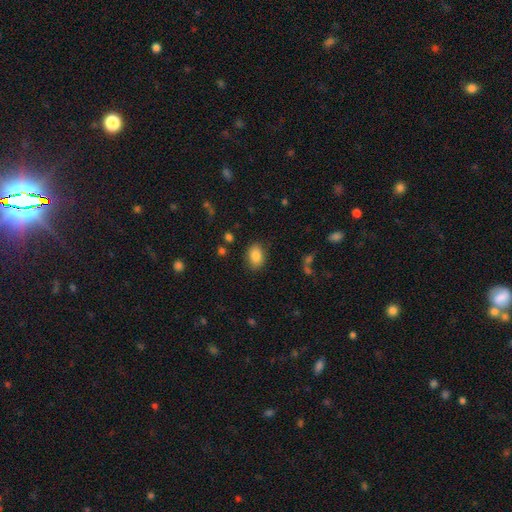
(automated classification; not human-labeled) Overall: smooth (84%). How rounded: in between (79%). Merging: none (85%).